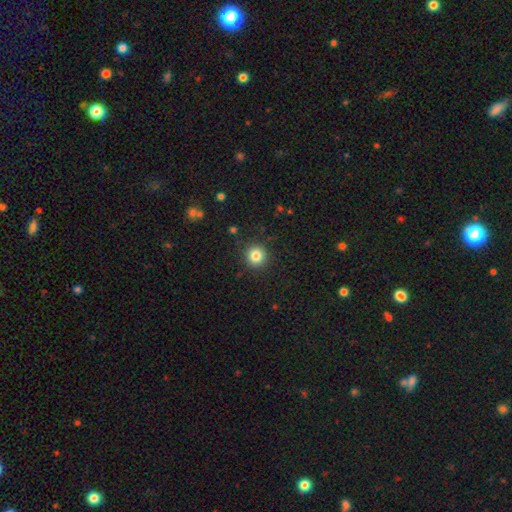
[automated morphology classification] Q: Smooth or featured?
A: smooth (82%); runner-up: star or artifact (11%)
Q: How rounded?
A: round (94%); runner-up: in between (5%)
Q: Merging?
A: none (91%); runner-up: minor disturbance (6%)